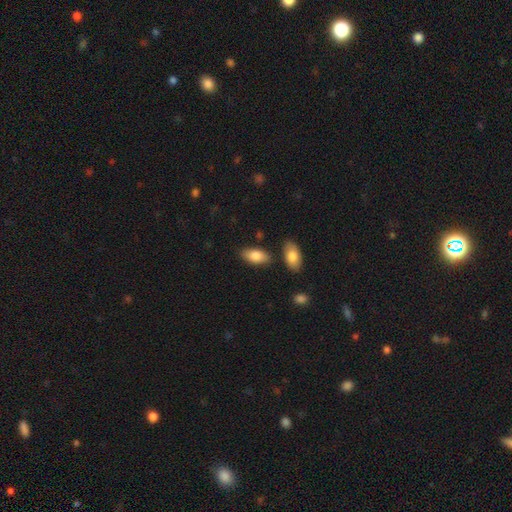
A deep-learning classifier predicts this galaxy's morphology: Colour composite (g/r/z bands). It shows a smooth galaxy with no disk features (82%) that is in between round and cigar-shaped (93%). Merging: none (79%).